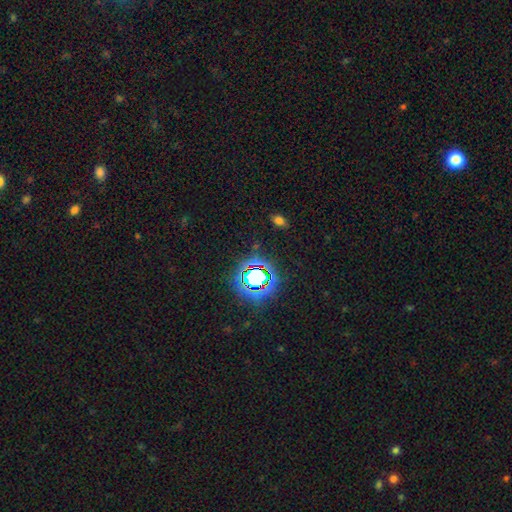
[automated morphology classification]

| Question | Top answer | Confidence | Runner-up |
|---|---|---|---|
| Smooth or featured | star or artifact | 81% | smooth (12%) |